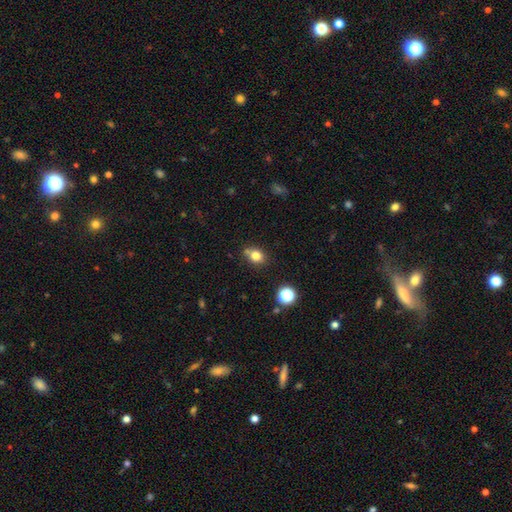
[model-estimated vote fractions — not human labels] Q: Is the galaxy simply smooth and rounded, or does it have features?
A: smooth — 78%.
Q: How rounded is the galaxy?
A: round — 62%.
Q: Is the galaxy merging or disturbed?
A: none — 68%.